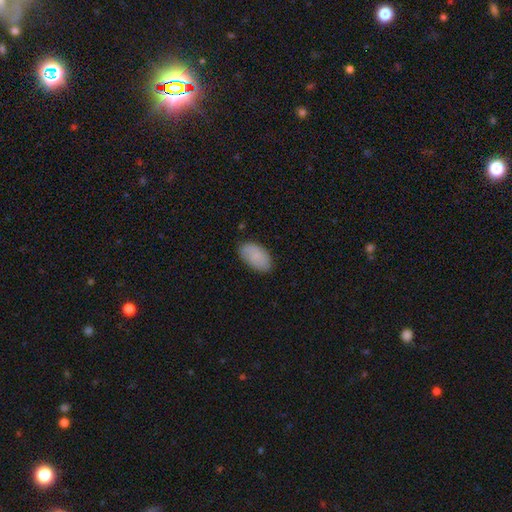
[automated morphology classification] type=smooth (78%); roundness=in between (94%); merging=none (81%).